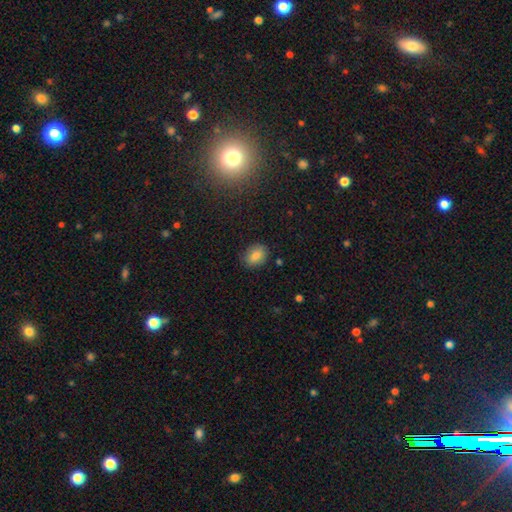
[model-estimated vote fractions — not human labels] This is clearly a smooth galaxy (83%). How rounded: likely in between (70%). Merging: clearly none (82%).